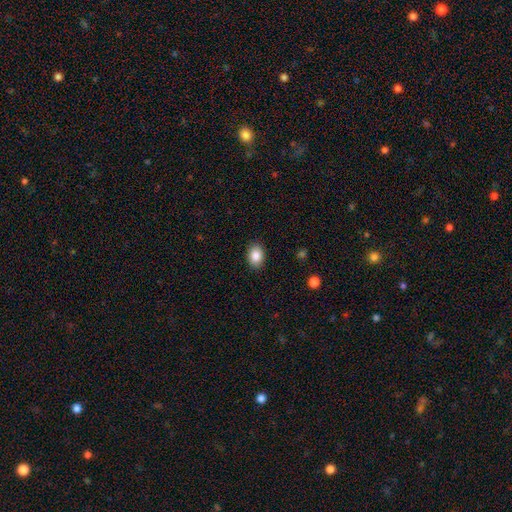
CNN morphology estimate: A smooth galaxy with no disk features (86%) that is in between round and cigar-shaped (75%).

Vote fractions:
- Smooth or featured? smooth: 86% / star or artifact: 8% / featured or disk: 6%
- How rounded? in between: 75% / round: 24% / cigar-shaped: 1%
- Merging? none: 89% / minor disturbance: 8% / major disturbance: 2% / merger: 1%